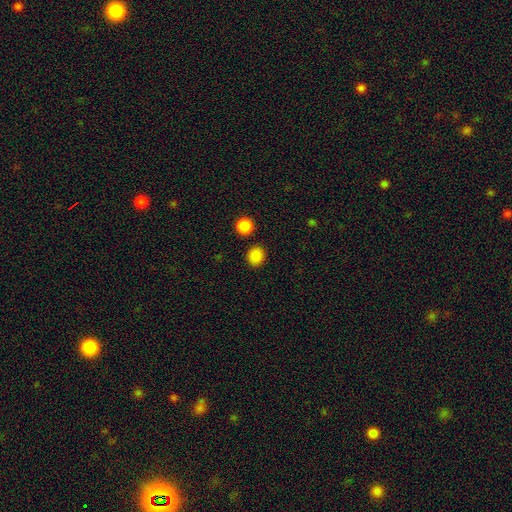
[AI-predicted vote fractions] A smooth galaxy with no disk features (86%) that is round (81%).

Vote fractions:
- Smooth or featured? smooth: 86% / star or artifact: 11% / featured or disk: 3%
- How rounded? round: 81% / in between: 18% / cigar-shaped: 1%
- Merging? none: 88% / minor disturbance: 7% / merger: 3% / major disturbance: 2%